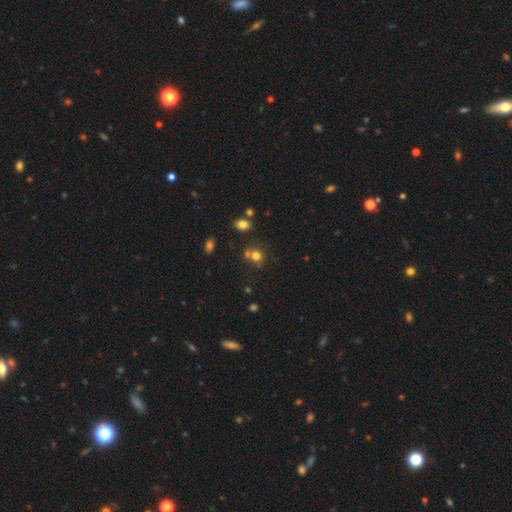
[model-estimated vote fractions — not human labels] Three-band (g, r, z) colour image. It shows a smooth galaxy with no disk features (74%) that is round (73%). Merging: none (56%).